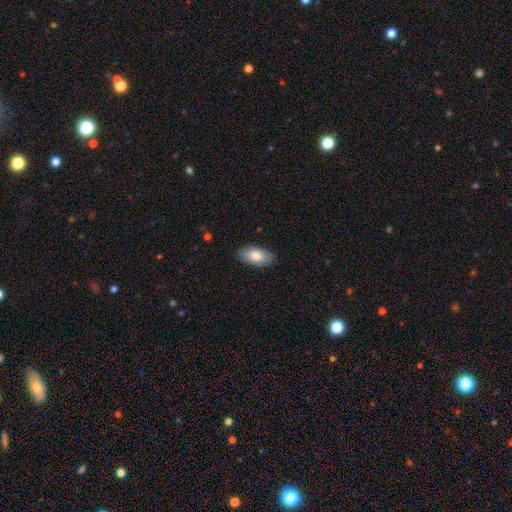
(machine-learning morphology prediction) Smooth or featured? Predicted: smooth (p=0.80). How rounded? Predicted: in between (p=0.93). Merging? Predicted: none (p=0.87).